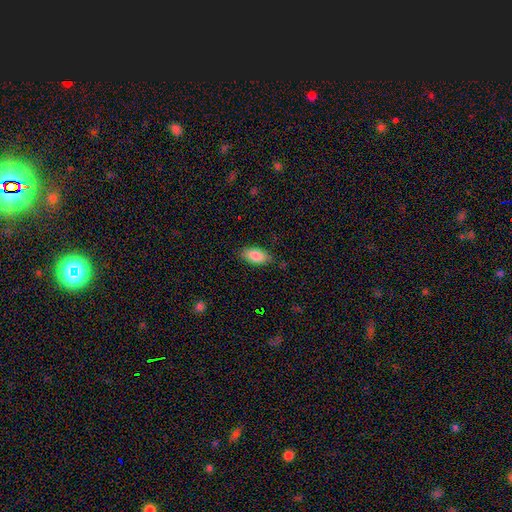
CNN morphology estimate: smooth-or-featured: smooth: 86% | featured or disk: 7% | star or artifact: 7%
  how-rounded: in between: 92% | cigar-shaped: 5% | round: 3%
  merging: none: 81% | minor disturbance: 14% | major disturbance: 3% | merger: 1%